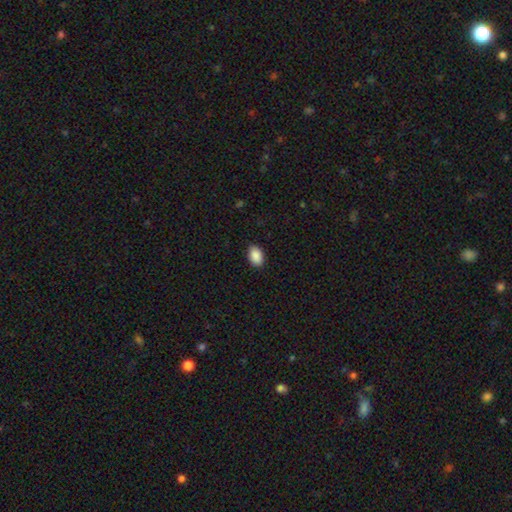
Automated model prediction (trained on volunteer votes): Smooth or featured?
  - smooth: 90% *
  - star or artifact: 7%
  - featured or disk: 3%
How rounded?
  - in between: 89% *
  - round: 10%
  - cigar-shaped: 1%
Merging?
  - none: 89% *
  - minor disturbance: 8%
  - major disturbance: 2%
  - merger: 1%